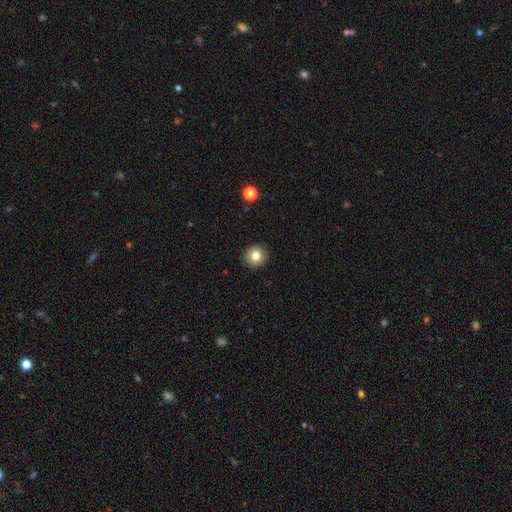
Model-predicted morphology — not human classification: smooth 82%, star or artifact 10%, featured or disk 8%. Down the decision tree: how rounded — round (93%); merging — none (92%).